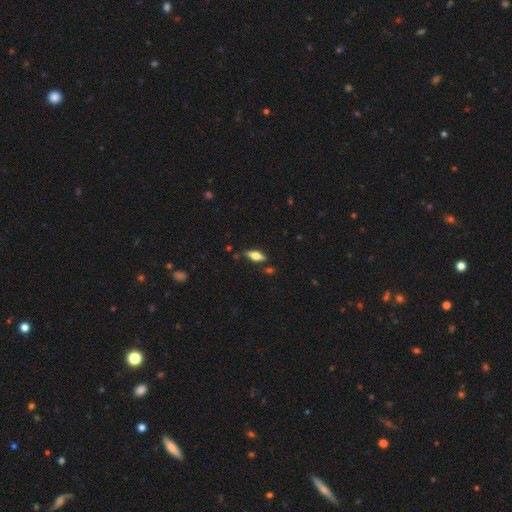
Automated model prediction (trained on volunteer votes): Smooth or featured: smooth — 54% (featured or disk — 39%)
How rounded: in between — 68% (cigar-shaped — 28%)
Merging: none — 77% (minor disturbance — 16%)